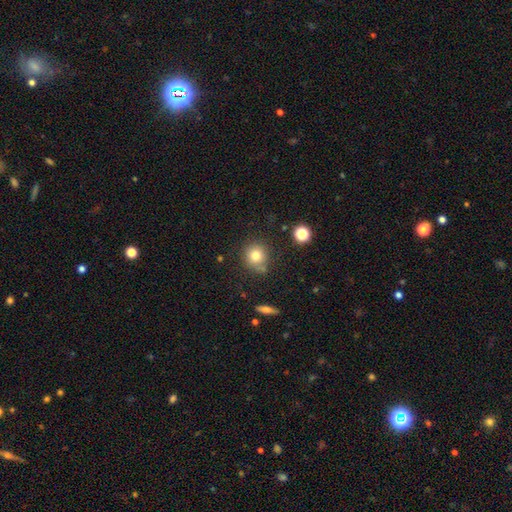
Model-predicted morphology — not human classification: smooth 78%, star or artifact 12%, featured or disk 10%. Down the decision tree: how rounded — round (89%); merging — none (74%).